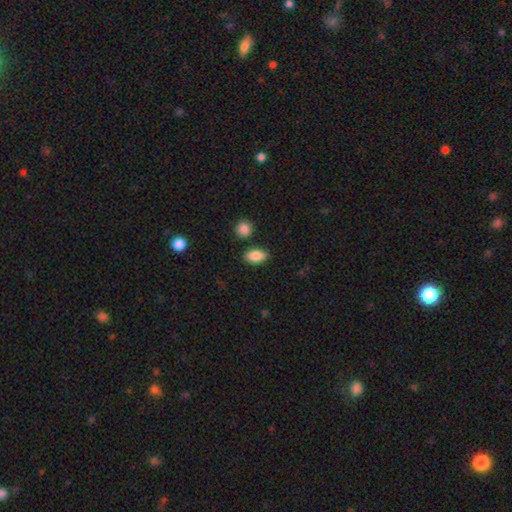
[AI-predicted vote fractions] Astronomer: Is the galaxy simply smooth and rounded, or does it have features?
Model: smooth — 87%.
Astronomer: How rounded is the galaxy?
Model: in between — 90%.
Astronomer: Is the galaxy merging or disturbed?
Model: none — 84%.